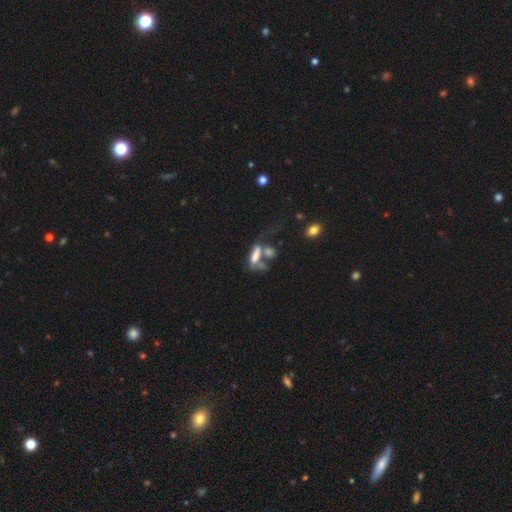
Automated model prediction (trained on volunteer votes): Overall: smooth (61%; featured or disk 26%). How rounded: in between (62%; cigar-shaped 33%). Merging: merger (49%; none 22%).